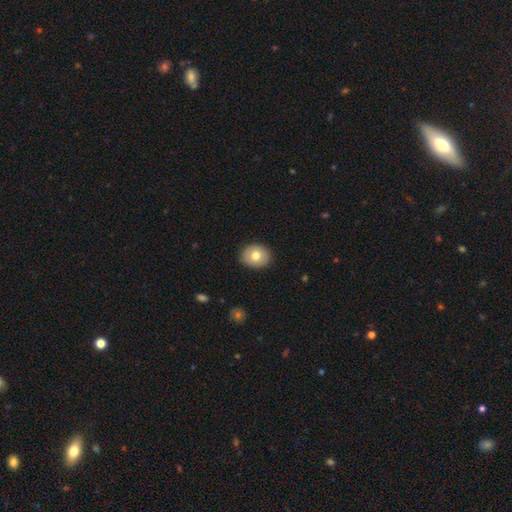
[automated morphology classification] Smooth or featured: smooth — 76% (featured or disk — 16%)
How rounded: round — 55% (in between — 44%)
Merging: none — 89% (minor disturbance — 8%)